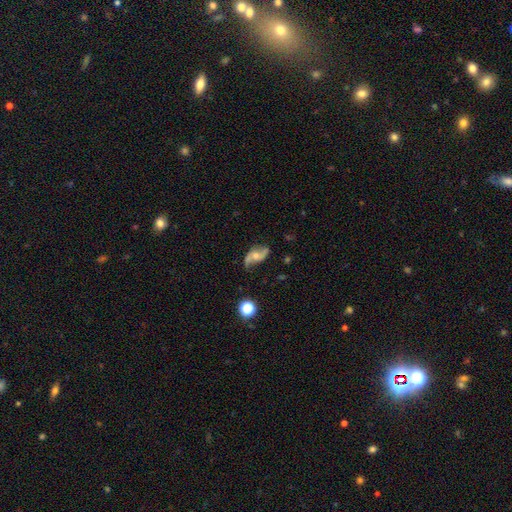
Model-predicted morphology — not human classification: Overall: featured or disk (82%). Edge-on disk: no (96%). Bar: no (58%; weak 33%). Spiral arms: yes (95%). Spiral arm count: 2 (92%). Spiral winding: loose (73%). Bulge size: moderate (50%; small 37%). Merging: none (73%).